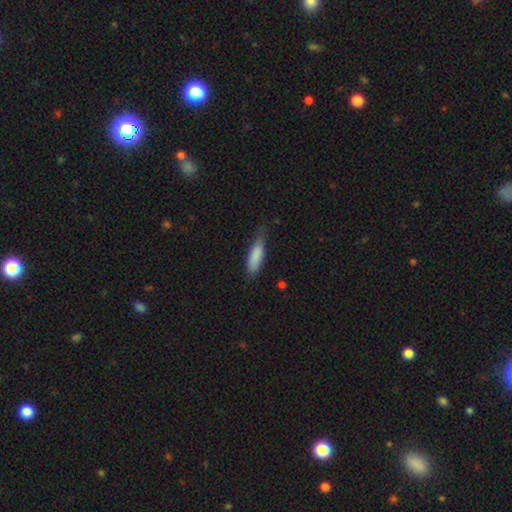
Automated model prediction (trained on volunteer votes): Overall: smooth (85%). How rounded: cigar-shaped (50%; in between 48%). Merging: none (57%; minor disturbance 34%).